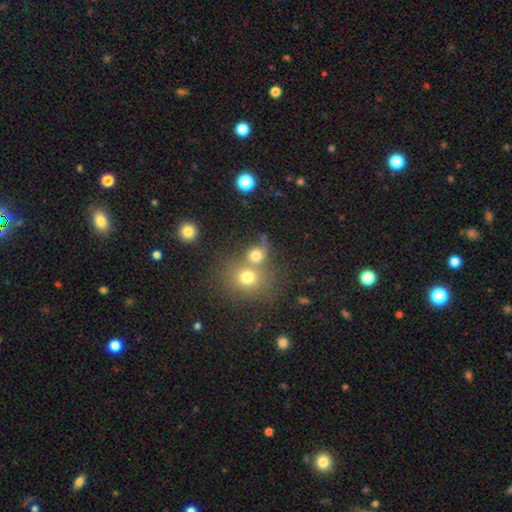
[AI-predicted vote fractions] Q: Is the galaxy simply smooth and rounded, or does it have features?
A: smooth — 70%.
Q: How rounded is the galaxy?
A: round — 78%.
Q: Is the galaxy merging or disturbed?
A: merger — 49%.